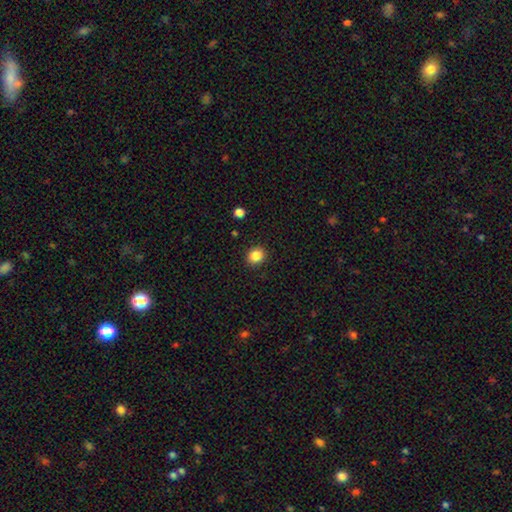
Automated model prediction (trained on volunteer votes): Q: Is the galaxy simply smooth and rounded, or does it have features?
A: smooth — 86%.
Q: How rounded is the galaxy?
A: round — 78%.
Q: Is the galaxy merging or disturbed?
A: none — 91%.